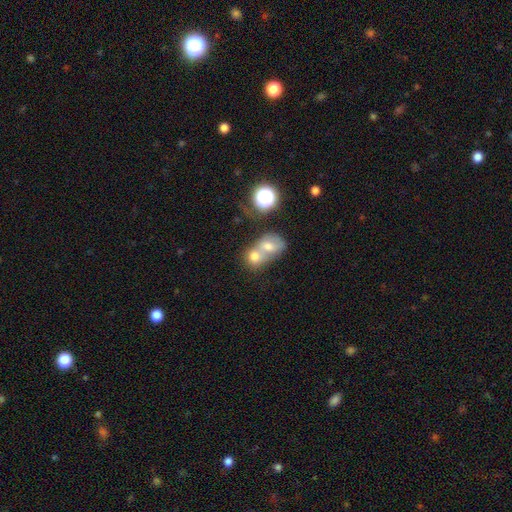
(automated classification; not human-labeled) smooth 63%, featured or disk 22%, star or artifact 15%. Down the decision tree: how rounded — round (62%); merging — merger (68%).